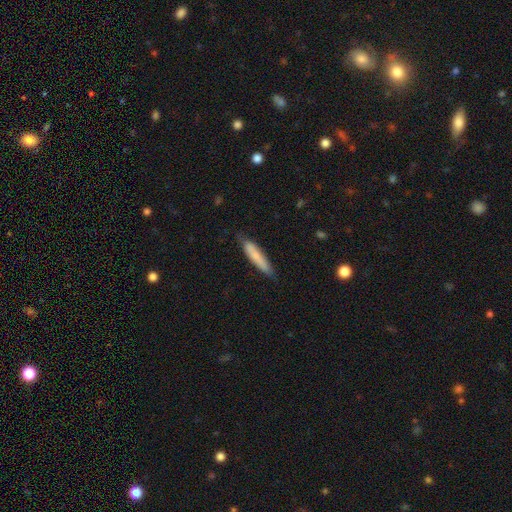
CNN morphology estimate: smooth 75%, featured or disk 19%, star or artifact 6%. Down the decision tree: how rounded — cigar-shaped (87%); merging — none (77%).